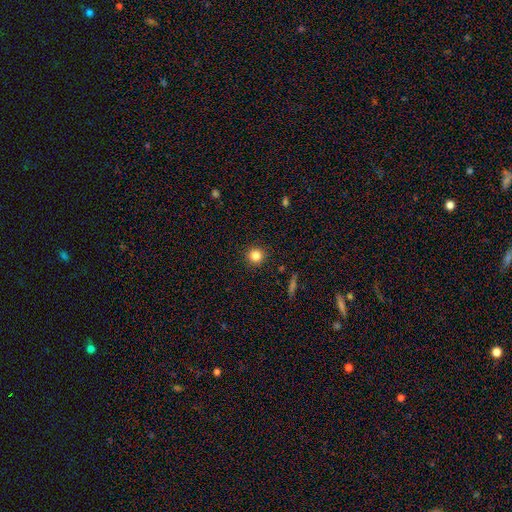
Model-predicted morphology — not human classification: Smooth or featured: smooth — 83% (star or artifact — 12%)
How rounded: round — 95% (in between — 4%)
Merging: none — 92% (minor disturbance — 5%)